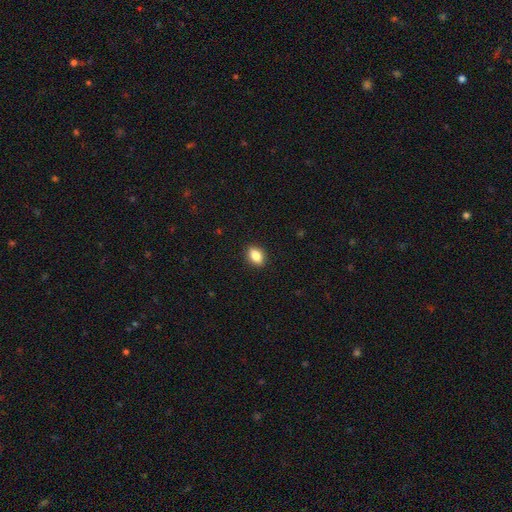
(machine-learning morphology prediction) This appears to be a smooth galaxy with no disk features (85%) that is in between round and cigar-shaped (81%). Merging: none (90%).